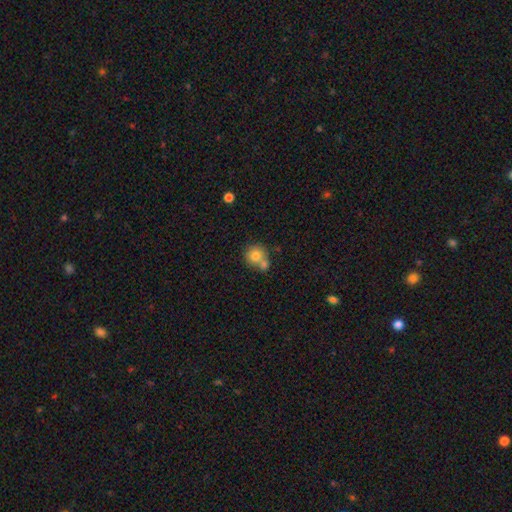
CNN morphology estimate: smooth_or_featured: smooth (p=0.76) [alt: featured or disk p=0.14]
how_rounded: round (p=0.86) [alt: in between p=0.13]
merging: merger (p=0.45) [alt: none p=0.43]